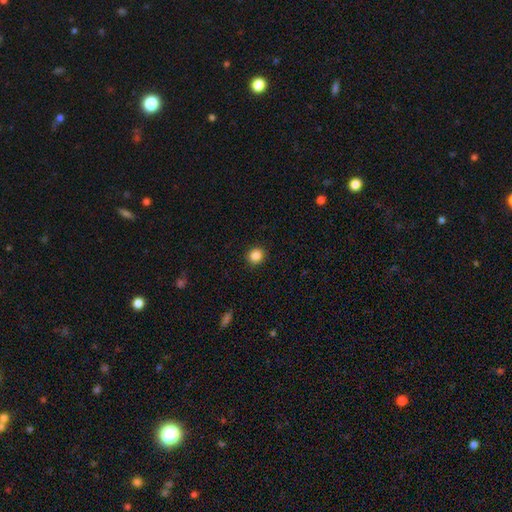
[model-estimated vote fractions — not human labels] smooth-or-featured: smooth: 86% | star or artifact: 10% | featured or disk: 4%
  how-rounded: round: 86% | in between: 13% | cigar-shaped: 1%
  merging: none: 92% | minor disturbance: 6% | major disturbance: 2% | merger: 1%